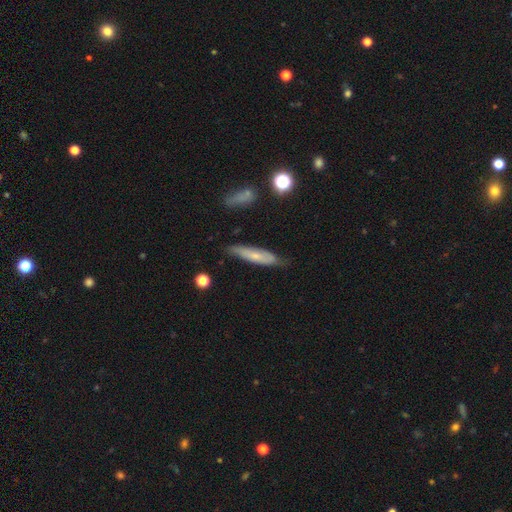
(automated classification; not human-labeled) This is possibly a smooth galaxy (54%). How rounded: likely cigar-shaped (76%). Merging: likely none (72%).